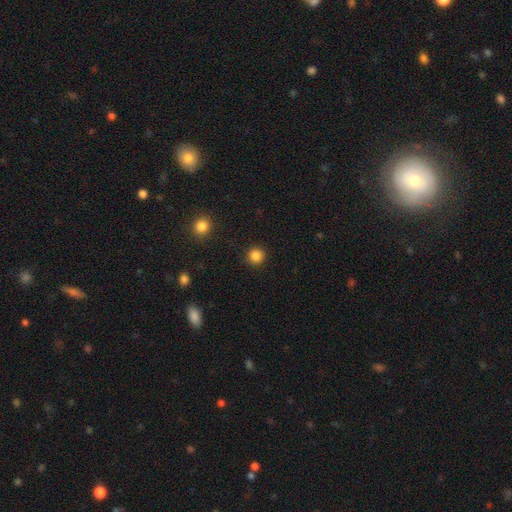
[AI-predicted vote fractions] A smooth galaxy with no disk features (85%) that is round (94%).

Vote fractions:
- Smooth or featured? smooth: 85% / star or artifact: 12% / featured or disk: 3%
- How rounded? round: 94% / in between: 5% / cigar-shaped: 1%
- Merging? none: 92% / minor disturbance: 5% / major disturbance: 2% / merger: 1%